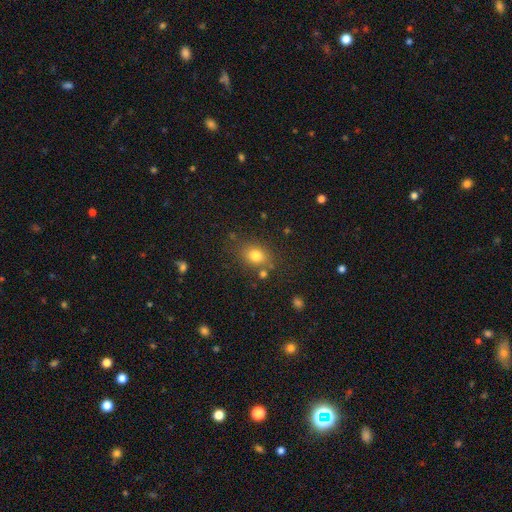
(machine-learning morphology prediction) Smooth or featured?
  - smooth: 79% *
  - star or artifact: 12%
  - featured or disk: 9%
How rounded?
  - in between: 55% *
  - round: 43%
  - cigar-shaped: 1%
Merging?
  - none: 73% *
  - minor disturbance: 15%
  - merger: 7%
  - major disturbance: 5%